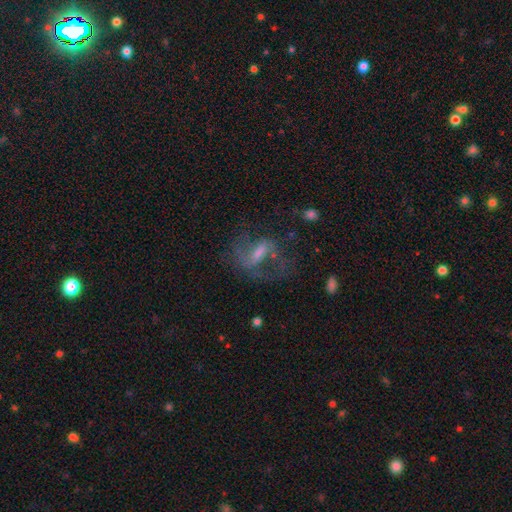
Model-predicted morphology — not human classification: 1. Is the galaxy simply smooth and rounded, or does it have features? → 68% featured or disk, 19% smooth, 13% star or artifact.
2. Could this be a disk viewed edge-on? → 94% no, 6% yes.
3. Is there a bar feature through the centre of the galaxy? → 46% weak, 34% strong, 20% no.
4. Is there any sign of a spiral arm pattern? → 79% yes, 21% no.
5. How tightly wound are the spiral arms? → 44% medium, 43% loose, 13% tight.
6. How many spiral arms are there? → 73% 2, 13% can't tell, 8% 1, 3% 3, 1% 4, 1% more than 4.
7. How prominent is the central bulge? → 36% small, 34% moderate, 21% none, 7% large, 1% dominant.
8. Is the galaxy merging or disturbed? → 52% none, 28% major disturbance, 17% minor disturbance, 3% merger.